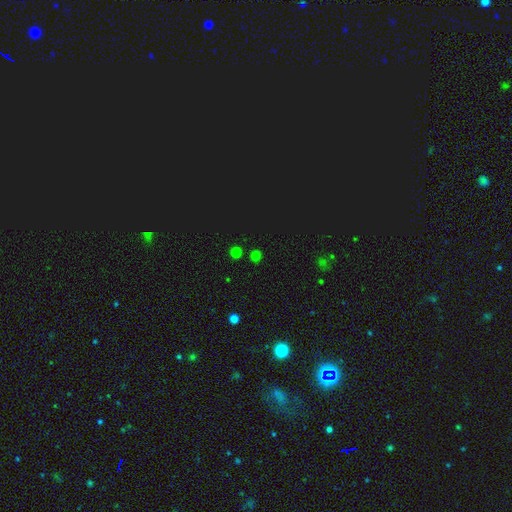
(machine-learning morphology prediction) smooth-or-featured: smooth: 69% | star or artifact: 27% | featured or disk: 4%
  how-rounded: round: 88% | in between: 11% | cigar-shaped: 1%
  merging: none: 87% | minor disturbance: 7% | merger: 4% | major disturbance: 2%